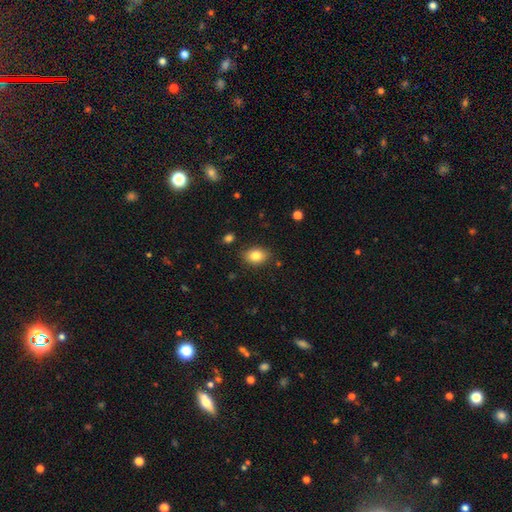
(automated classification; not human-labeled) A smooth galaxy with no disk features (82%) that is in between round and cigar-shaped (77%). Merging: none (86%).